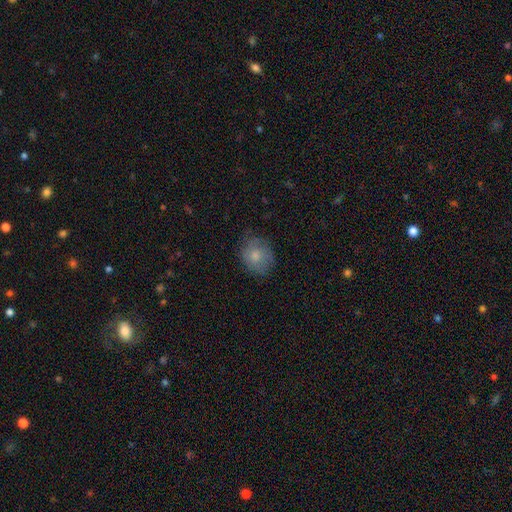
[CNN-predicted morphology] The model was most divided on "how rounded": round: 68%, in between: 31%, cigar-shaped: 1%. More confident: smooth or featured — smooth (72%); merging — none (70%).